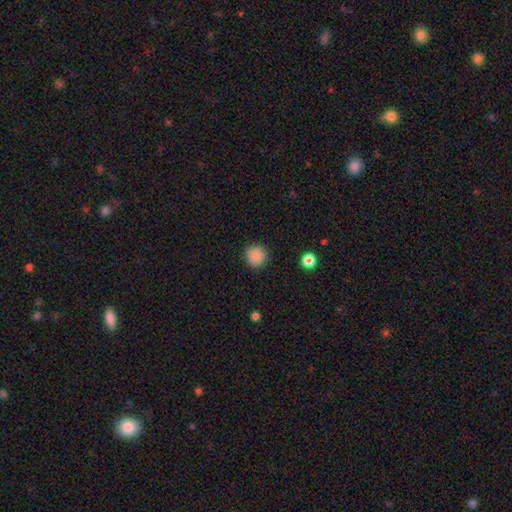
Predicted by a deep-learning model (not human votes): A smooth galaxy with no disk features (88%) that is round (94%). Merging: none (91%).